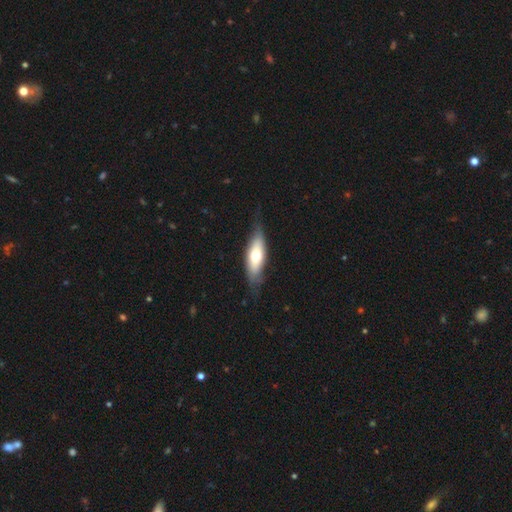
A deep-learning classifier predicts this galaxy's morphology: Overall: smooth (57%; featured or disk 38%). How rounded: in between (64%; cigar-shaped 34%). Merging: none (69%).